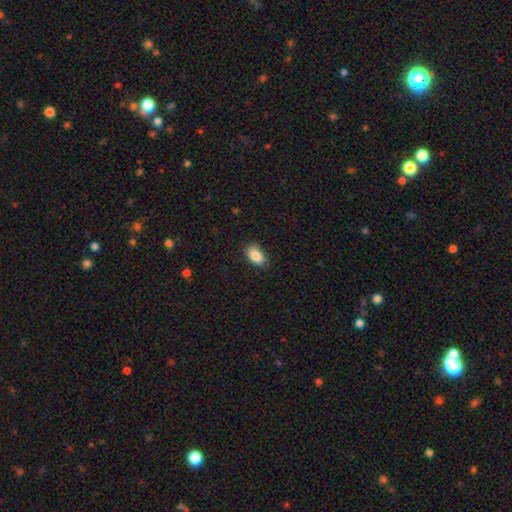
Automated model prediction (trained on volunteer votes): smooth 88%, star or artifact 7%, featured or disk 5%. Down the decision tree: how rounded — in between (92%); merging — none (83%).